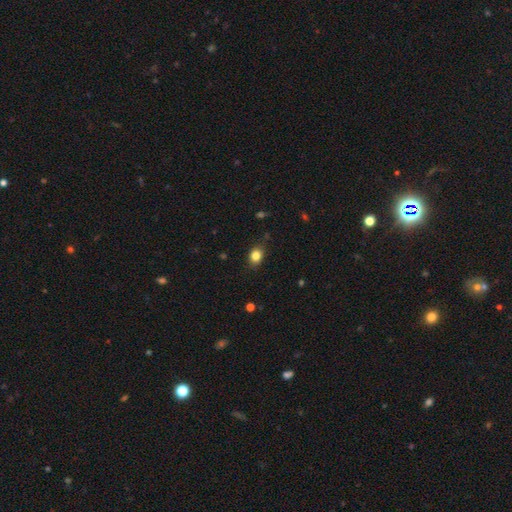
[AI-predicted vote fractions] A smooth galaxy with no disk features (83%) that is in between round and cigar-shaped (54%). Merging: none (83%).